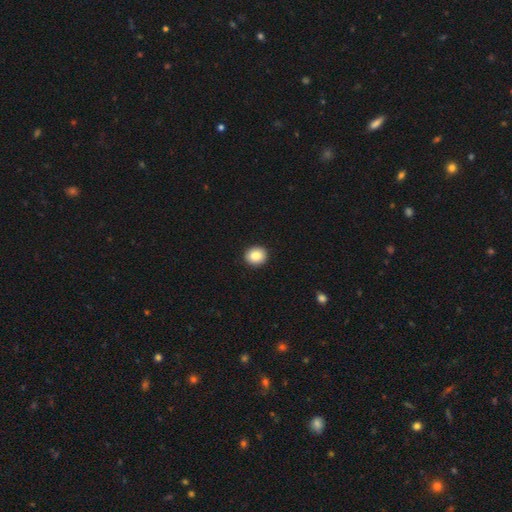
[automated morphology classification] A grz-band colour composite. It shows a smooth galaxy with no disk features (88%) that is round (80%). Merging: none (93%).